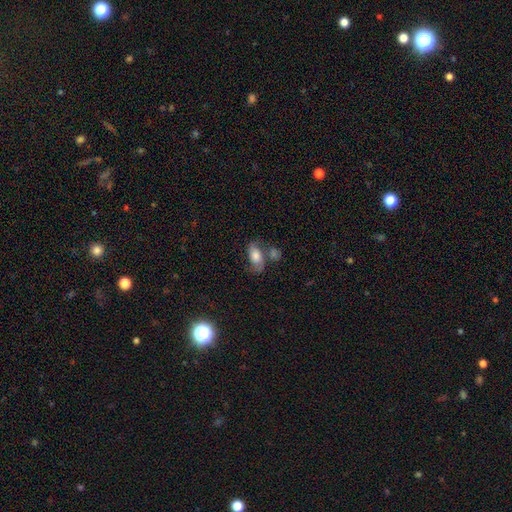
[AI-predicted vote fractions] This appears to be a smooth galaxy with no disk features (54%) that is in between round and cigar-shaped (87%). Merging: none (45%).